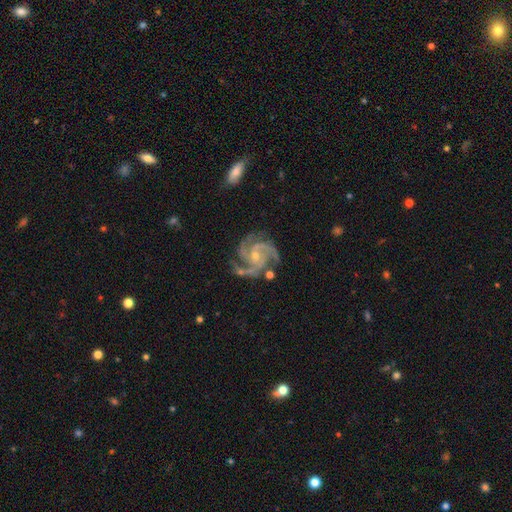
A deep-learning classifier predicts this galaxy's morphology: smooth_or_featured: featured or disk (p=0.93) [alt: star or artifact p=0.05]
disk_edge_on: no (p=0.98) [alt: yes p=0.02]
bar: no (p=0.62) [alt: weak p=0.28]
has_spiral_arms: yes (p=0.99) [alt: no p=0.01]
spiral_winding: tight (p=0.48) [alt: medium p=0.47]
spiral_arm_count: 3 (p=0.59) [alt: 4 p=0.16]
bulge_size: small (p=0.69) [alt: moderate p=0.27]
merging: none (p=0.71) [alt: minor disturbance p=0.18]